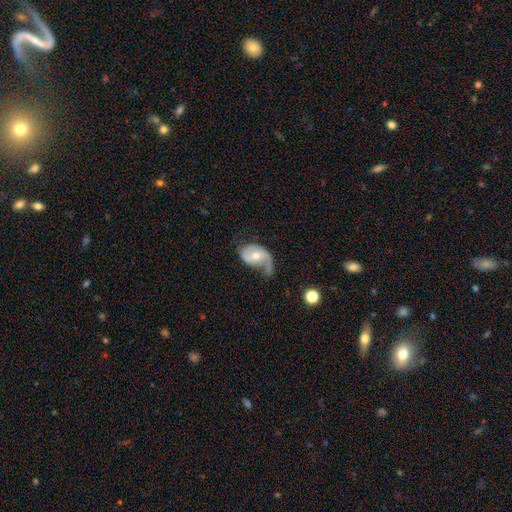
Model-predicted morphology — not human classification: Overall: featured or disk (73%). Edge-on disk: no (96%). Bar: no (66%; weak 26%). Spiral arms: yes (86%). Spiral arm count: 2 (53%; 1 39%). Spiral winding: loose (50%; medium 33%). Bulge size: moderate (62%; small 33%). Merging: none (34%; major disturbance 32%).